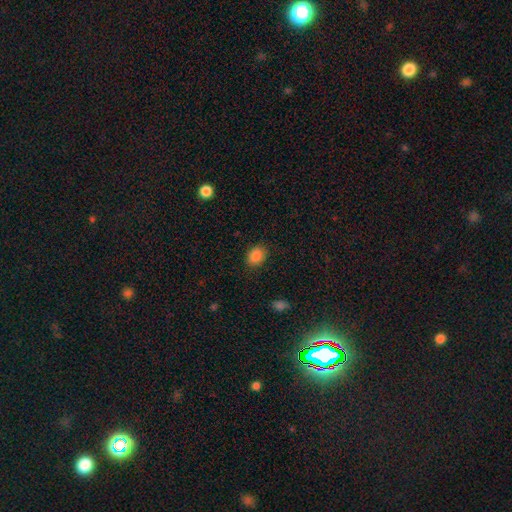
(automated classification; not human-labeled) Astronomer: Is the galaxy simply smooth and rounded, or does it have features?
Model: smooth — 87%.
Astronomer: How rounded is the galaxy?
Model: in between — 64%.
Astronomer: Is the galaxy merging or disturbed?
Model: none — 86%.